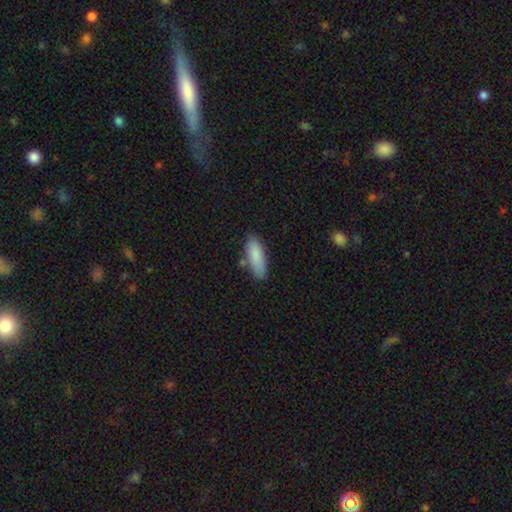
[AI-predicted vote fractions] Q: Smooth or featured?
A: smooth (86%); runner-up: featured or disk (8%)
Q: How rounded?
A: in between (60%); runner-up: cigar-shaped (38%)
Q: Merging?
A: none (76%); runner-up: minor disturbance (16%)